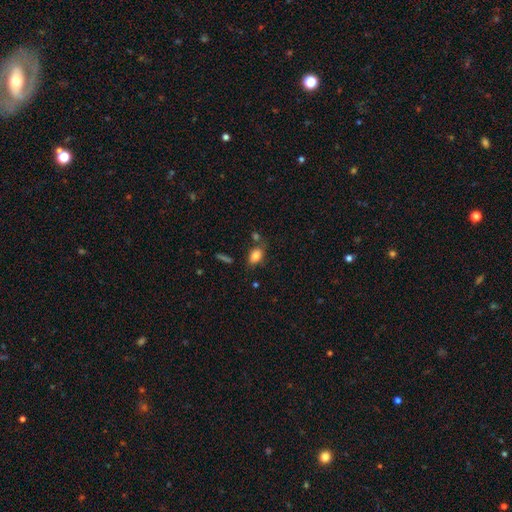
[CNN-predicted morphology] Smooth or featured: smooth — 82% (star or artifact — 9%)
How rounded: in between — 85% (round — 13%)
Merging: none — 68% (minor disturbance — 17%)